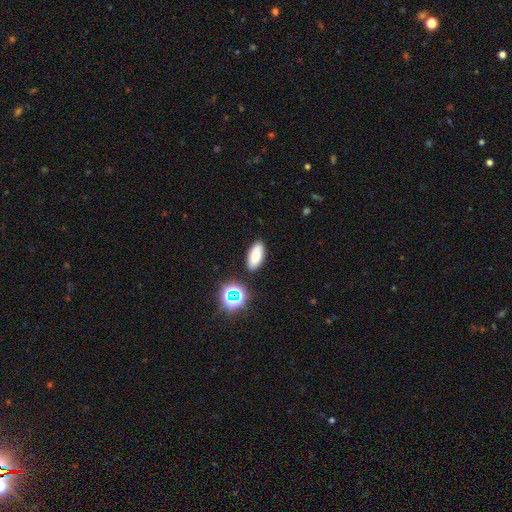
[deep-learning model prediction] Smooth or featured? smooth (78%)
How rounded? in between (84%)
Merging? none (87%)